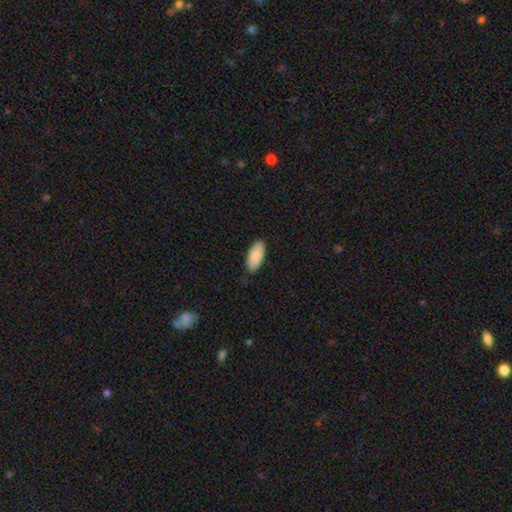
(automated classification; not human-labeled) A smooth galaxy with no disk features (87%) that is in between round and cigar-shaped (89%).

Vote fractions:
- Smooth or featured? smooth: 87% / featured or disk: 7% / star or artifact: 6%
- How rounded? in between: 89% / cigar-shaped: 9% / round: 2%
- Merging? none: 86% / minor disturbance: 11% / major disturbance: 2% / merger: 1%